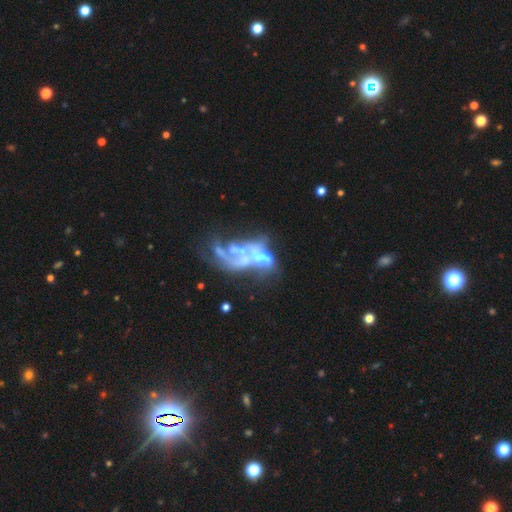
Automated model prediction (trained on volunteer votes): Overall: featured or disk (71%). Edge-on disk: no (96%). Bar: no (81%). Spiral arms: no (71%). Bulge size: none (48%; moderate 24%). Merging: merger (39%; major disturbance 37%).